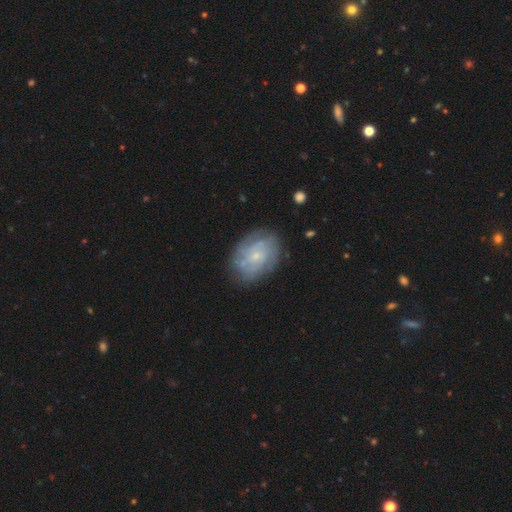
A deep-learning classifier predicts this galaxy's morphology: Q: Smooth or featured?
A: featured or disk (62%); runner-up: smooth (31%)
Q: Edge-on disk?
A: no (96%); runner-up: yes (4%)
Q: Bar?
A: no (79%); runner-up: weak (18%)
Q: Spiral arms?
A: yes (74%); runner-up: no (26%)
Q: Bulge size?
A: small (79%); runner-up: moderate (15%)
Q: Merging?
A: none (74%); runner-up: minor disturbance (17%)